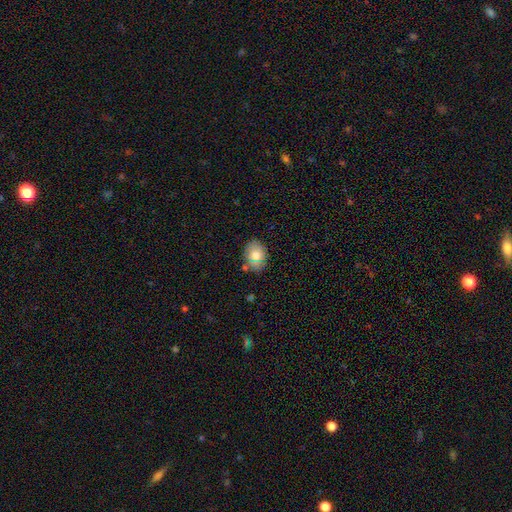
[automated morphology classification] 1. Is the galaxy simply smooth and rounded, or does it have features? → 75% smooth, 16% featured or disk, 8% star or artifact.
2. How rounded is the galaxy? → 68% in between, 31% round, 1% cigar-shaped.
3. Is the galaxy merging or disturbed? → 76% none, 16% minor disturbance, 5% merger, 3% major disturbance.